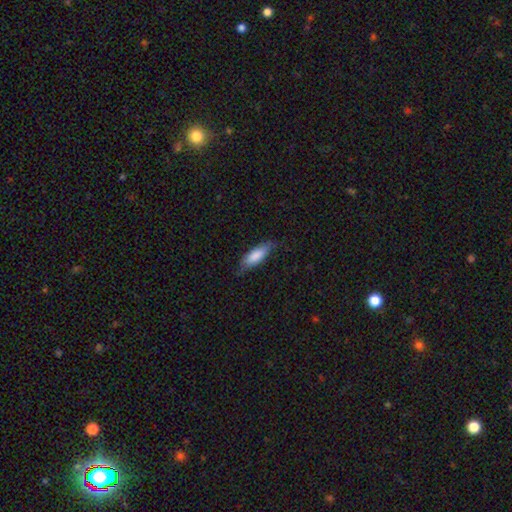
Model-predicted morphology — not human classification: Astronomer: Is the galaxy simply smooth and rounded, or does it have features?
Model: smooth — 80%.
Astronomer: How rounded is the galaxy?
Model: in between — 60% (runner-up: cigar-shaped, 39%).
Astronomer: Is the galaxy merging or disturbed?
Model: none — 70%.